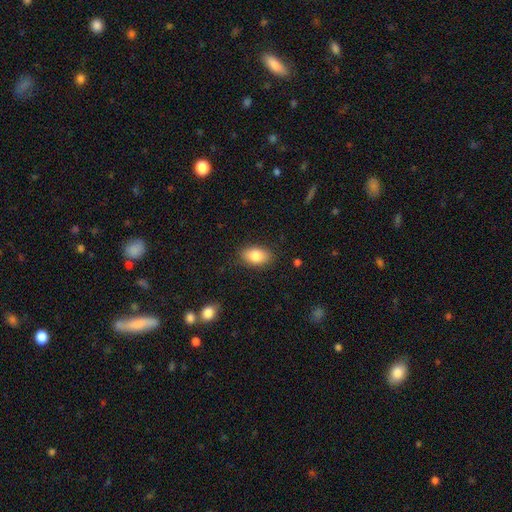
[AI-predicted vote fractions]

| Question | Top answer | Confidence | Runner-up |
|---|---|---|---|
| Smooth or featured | smooth | 83% | featured or disk (9%) |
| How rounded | in between | 90% | round (8%) |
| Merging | none | 86% | minor disturbance (10%) |